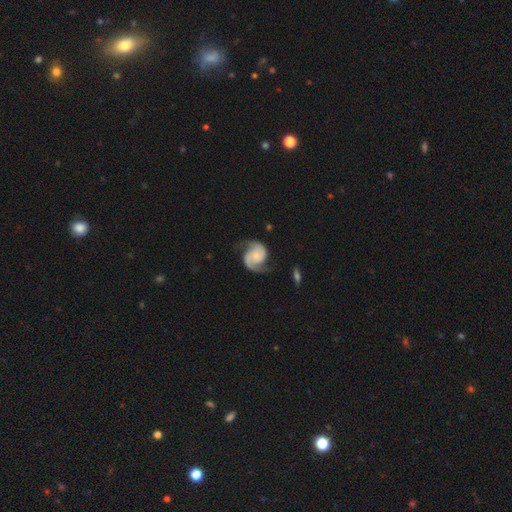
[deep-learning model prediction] Smooth or featured? Predicted: featured or disk (p=0.88). Edge-on disk? Predicted: no (p=0.98). Bar? Predicted: no (p=0.70). Spiral arms? Predicted: yes (p=0.98). Spiral winding? Predicted: medium (p=0.51). Spiral arm count? Predicted: 2 (p=0.92). Bulge size? Predicted: small (p=0.52). Merging? Predicted: none (p=0.70).